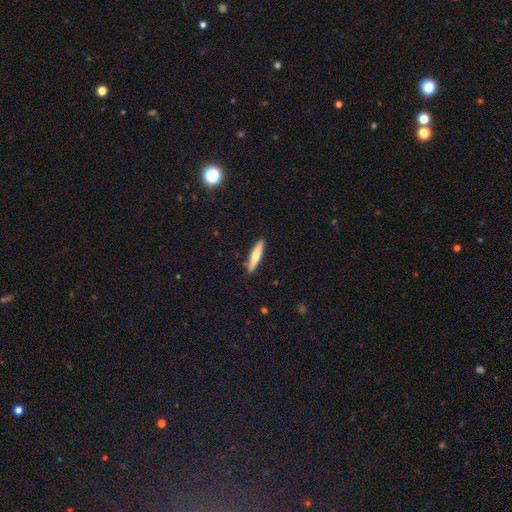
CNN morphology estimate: Overall: smooth (60%; featured or disk 35%). How rounded: cigar-shaped (87%). Merging: none (89%).